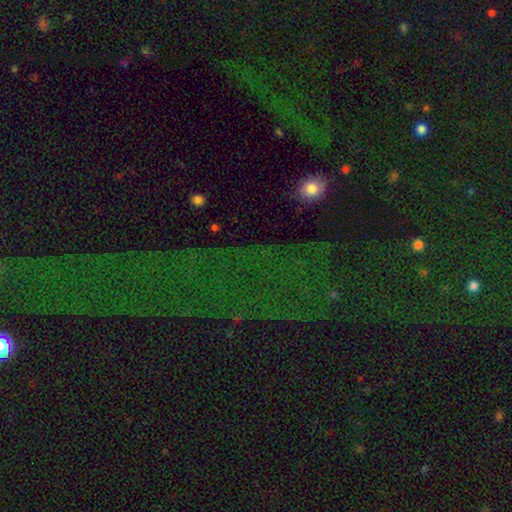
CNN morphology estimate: The model was most divided on "smooth or featured": star or artifact: 74%, smooth: 13%, featured or disk: 13%.